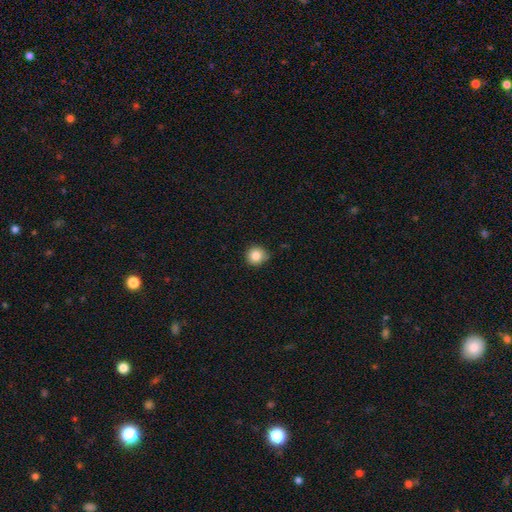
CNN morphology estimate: type=smooth (84%); roundness=round (93%); merging=none (81%).